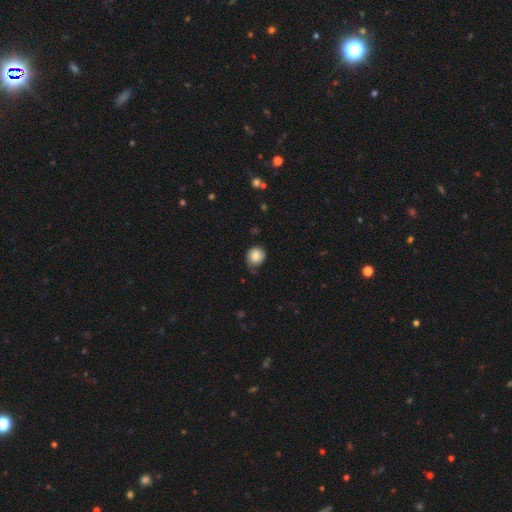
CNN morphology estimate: smooth_or_featured: smooth (p=0.82) [alt: featured or disk p=0.11]
how_rounded: round (p=0.83) [alt: in between p=0.16]
merging: none (p=0.53) [alt: minor disturbance p=0.33]